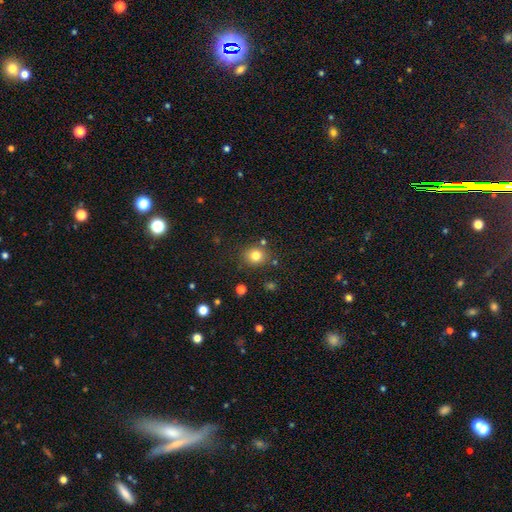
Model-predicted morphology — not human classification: Smooth or featured? Predicted: smooth (p=0.79). How rounded? Predicted: round (p=0.78). Merging? Predicted: none (p=0.81).